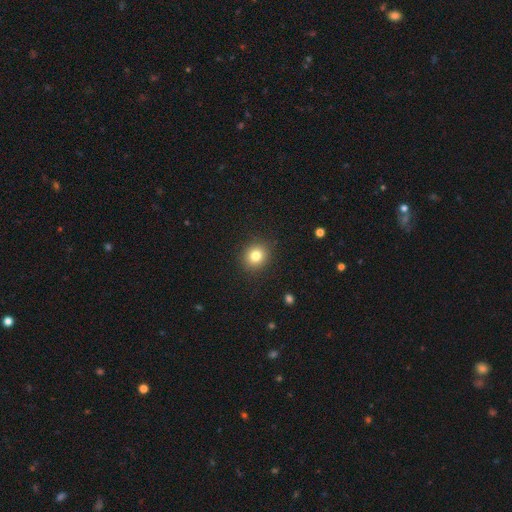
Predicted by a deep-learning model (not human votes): smooth_or_featured: smooth (p=0.81) [alt: star or artifact p=0.12]
how_rounded: round (p=0.82) [alt: in between p=0.17]
merging: none (p=0.90) [alt: minor disturbance p=0.07]